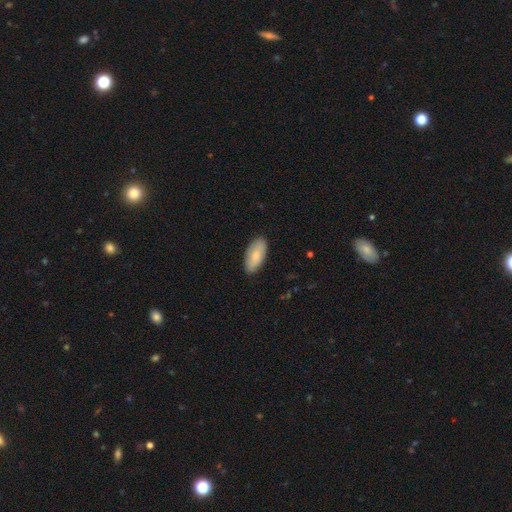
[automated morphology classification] The model was most divided on "smooth or featured": smooth: 80%, featured or disk: 14%, star or artifact: 5%. More confident: how rounded — in between (92%); merging — none (84%).